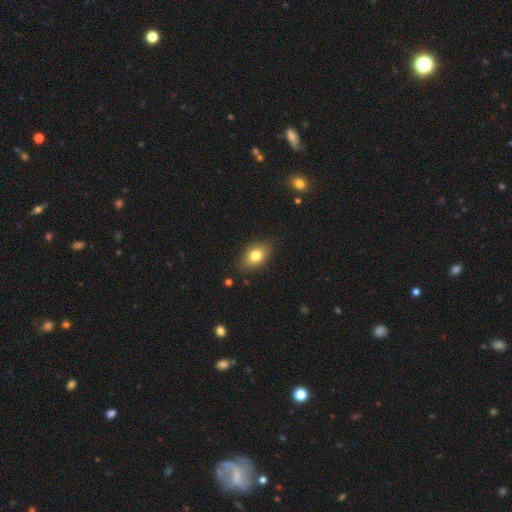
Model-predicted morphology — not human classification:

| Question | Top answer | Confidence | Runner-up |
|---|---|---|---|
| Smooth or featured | smooth | 76% | featured or disk (15%) |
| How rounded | in between | 82% | round (14%) |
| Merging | none | 83% | minor disturbance (13%) |